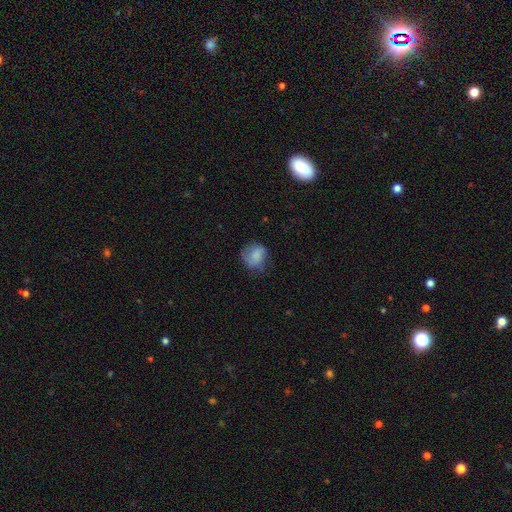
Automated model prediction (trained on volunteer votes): smooth-or-featured: smooth: 74% | featured or disk: 18% | star or artifact: 9%
  how-rounded: round: 66% | in between: 33% | cigar-shaped: 1%
  merging: none: 59% | minor disturbance: 27% | major disturbance: 12% | merger: 1%